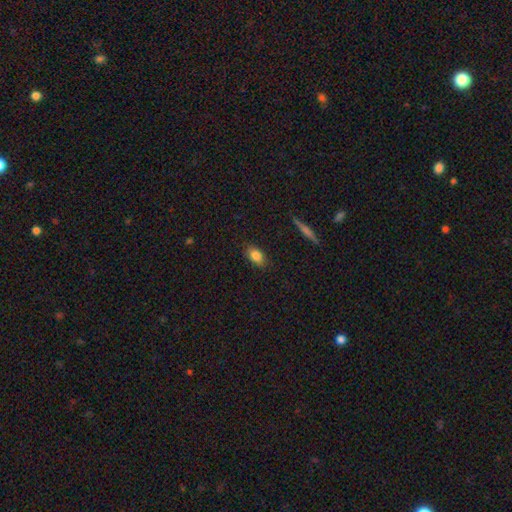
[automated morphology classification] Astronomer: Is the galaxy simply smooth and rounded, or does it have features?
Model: smooth — 83%.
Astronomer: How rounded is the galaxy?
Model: in between — 86%.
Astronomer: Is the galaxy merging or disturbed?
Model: none — 85%.